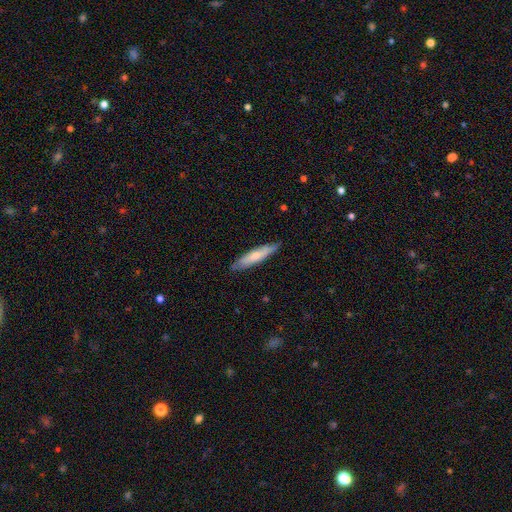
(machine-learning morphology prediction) Smooth or featured: smooth — 63% (featured or disk — 32%)
How rounded: cigar-shaped — 85% (in between — 14%)
Merging: none — 84% (minor disturbance — 13%)